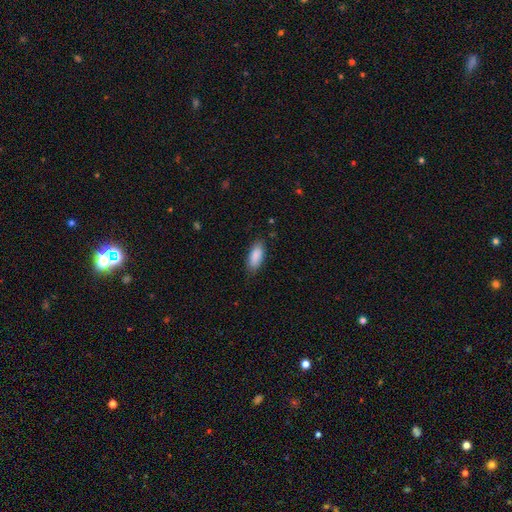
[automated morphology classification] type=smooth (88%); roundness=in between (84%); merging=none (81%).